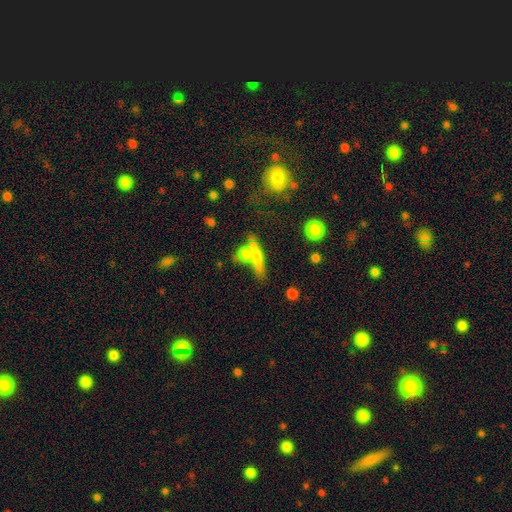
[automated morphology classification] Smooth or featured? Predicted: smooth (p=0.60). How rounded? Predicted: cigar-shaped (p=0.67). Merging? Predicted: none (p=0.45).